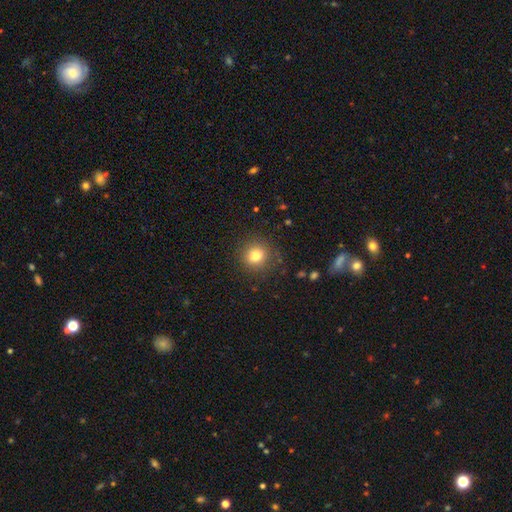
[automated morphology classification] smooth 79%, star or artifact 13%, featured or disk 8%. Down the decision tree: how rounded — round (87%); merging — none (88%).